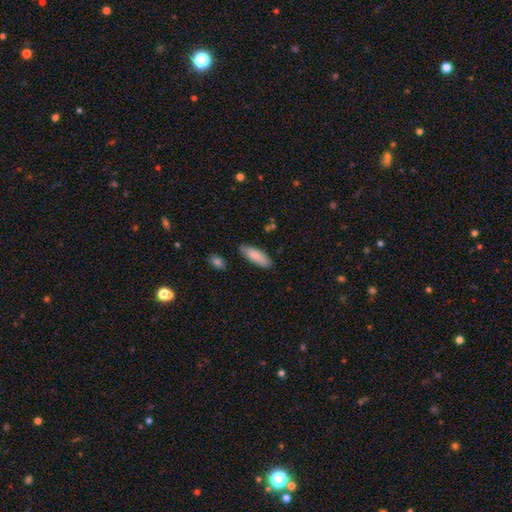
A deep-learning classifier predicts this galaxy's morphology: The model was most divided on "how rounded": in between: 60%, cigar-shaped: 39%, round: 2%. More confident: smooth or featured — smooth (84%); merging — none (82%).